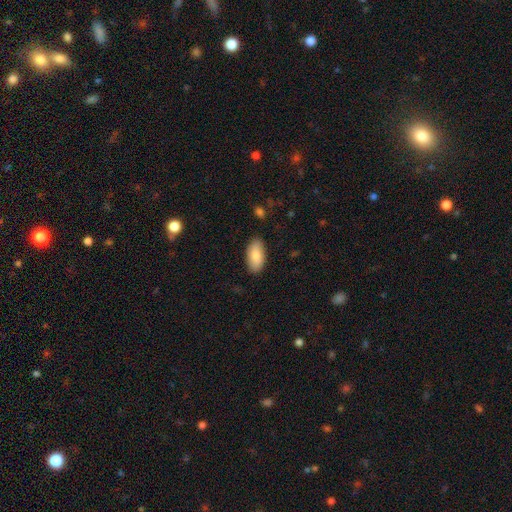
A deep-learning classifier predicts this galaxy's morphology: smooth 84%, featured or disk 10%, star or artifact 6%. Down the decision tree: how rounded — in between (93%); merging — none (87%).